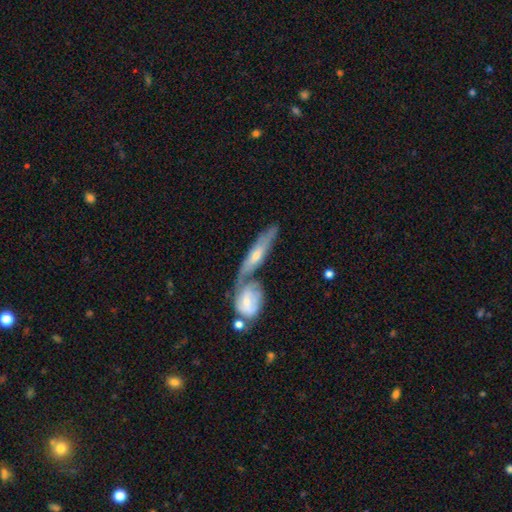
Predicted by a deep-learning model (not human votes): Smooth or featured? Predicted: featured or disk (p=0.60). Edge-on disk? Predicted: no (p=0.52). Merging? Predicted: merger (p=0.48).